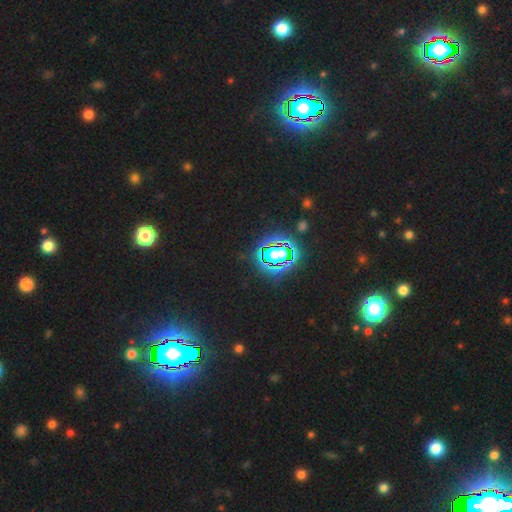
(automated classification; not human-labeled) Smooth or featured?
  - star or artifact: 82% *
  - smooth: 11%
  - featured or disk: 7%